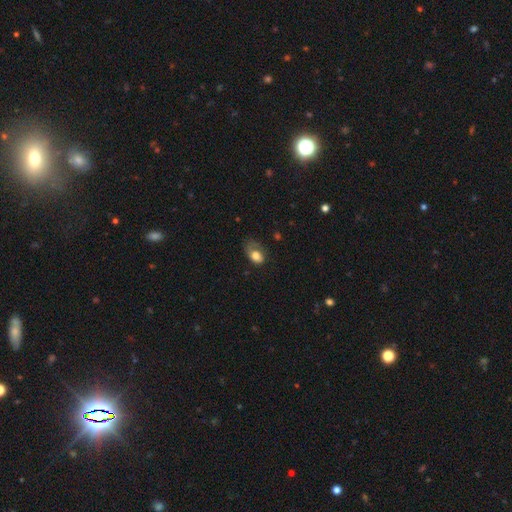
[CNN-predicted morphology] Q: Smooth or featured?
A: smooth (70%); runner-up: featured or disk (22%)
Q: How rounded?
A: in between (82%); runner-up: round (17%)
Q: Merging?
A: major disturbance (35%); runner-up: none (32%)